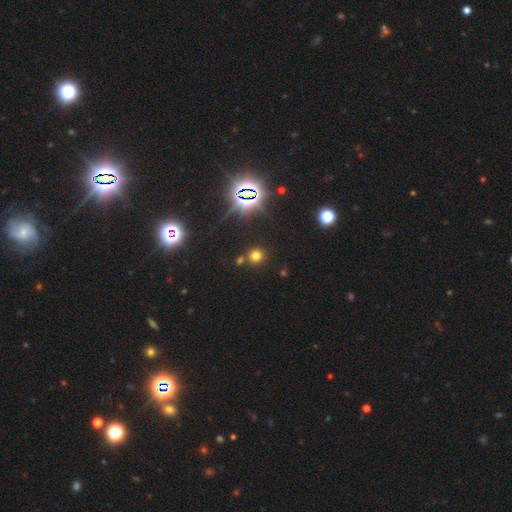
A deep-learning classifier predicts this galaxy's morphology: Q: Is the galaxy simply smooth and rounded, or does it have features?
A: smooth — 61%.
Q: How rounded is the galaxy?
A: round — 90%.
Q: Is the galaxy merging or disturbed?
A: none — 78%.